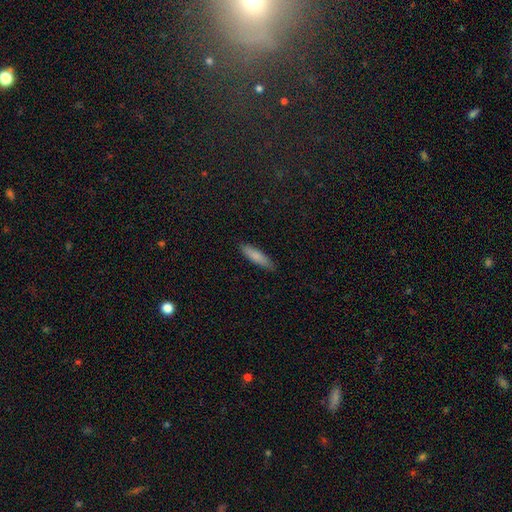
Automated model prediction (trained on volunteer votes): smooth 83%, featured or disk 11%, star or artifact 6%. Down the decision tree: how rounded — cigar-shaped (72%); merging — none (86%).